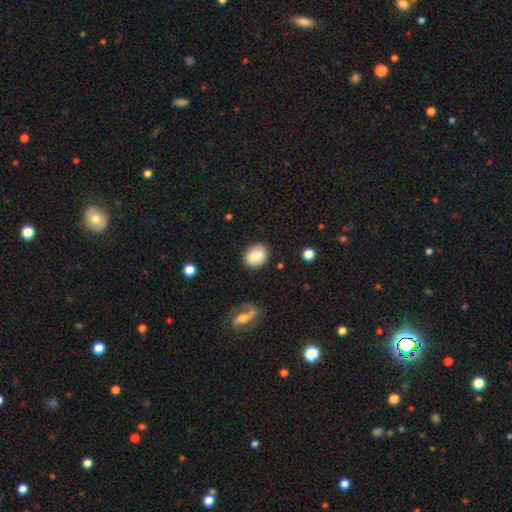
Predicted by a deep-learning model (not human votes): The model was most divided on "how rounded": round: 50%, in between: 49%, cigar-shaped: 1%. More confident: merging — none (85%); smooth or featured — smooth (79%).